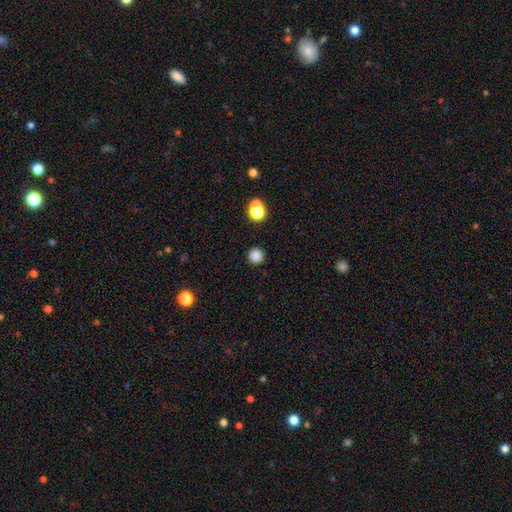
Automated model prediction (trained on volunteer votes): This is clearly a smooth galaxy (83%). How rounded: clearly round (96%). Merging: clearly none (90%).